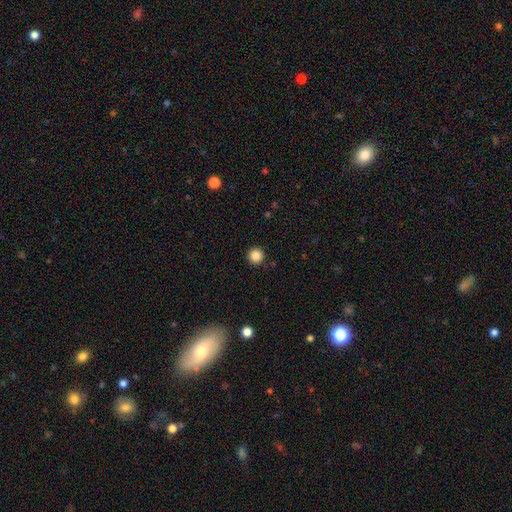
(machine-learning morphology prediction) smooth 86%, star or artifact 11%, featured or disk 3%. Down the decision tree: how rounded — round (96%); merging — none (92%).